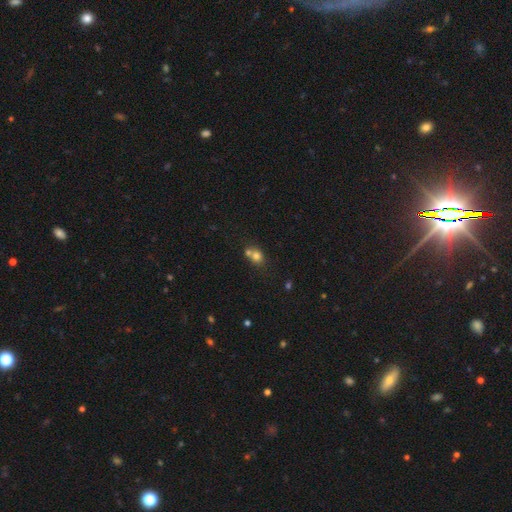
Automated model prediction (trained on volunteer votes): A smooth galaxy with no disk features (75%) that is round (69%). Merging: merger (48%).